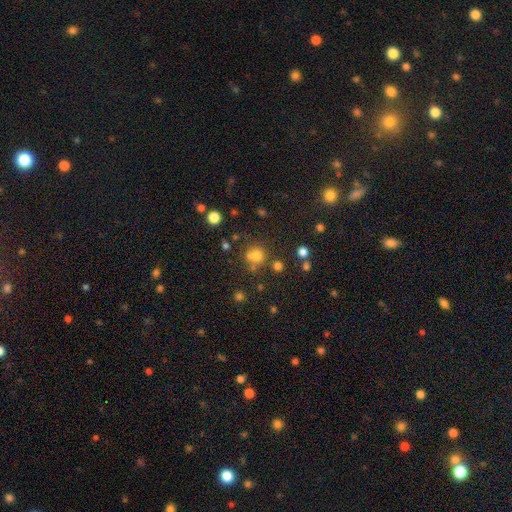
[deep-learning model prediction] smooth_or_featured: smooth (p=0.71) [alt: star or artifact p=0.20]
how_rounded: round (p=0.89) [alt: in between p=0.10]
merging: none (p=0.63) [alt: merger p=0.23]